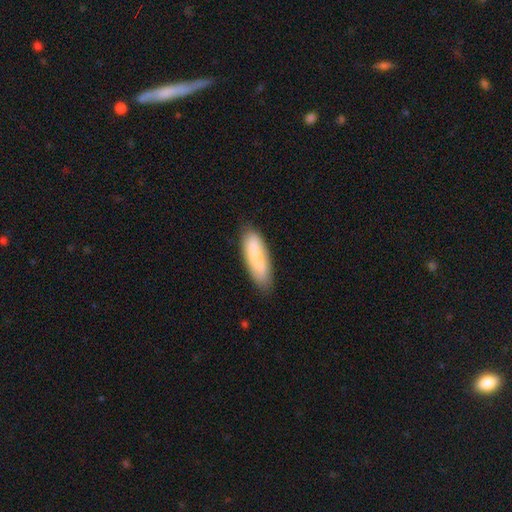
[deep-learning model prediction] smooth 73%, featured or disk 21%, star or artifact 6%. Down the decision tree: how rounded — cigar-shaped (51%); merging — none (78%).